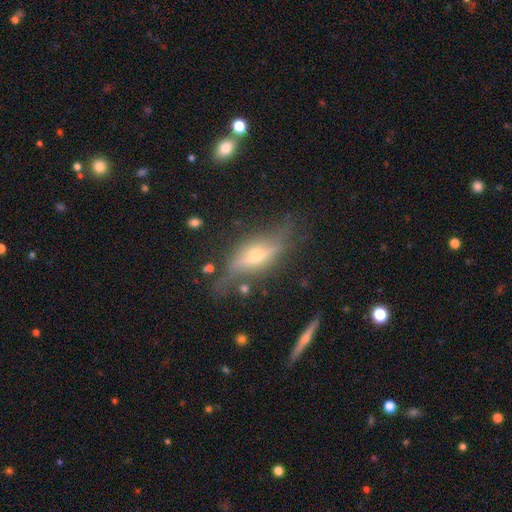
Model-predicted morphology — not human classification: Smooth or featured? Predicted: featured or disk (p=0.75). Edge-on disk? Predicted: yes (p=0.75). Edge-on bulge? Predicted: rounded (p=0.93). Merging? Predicted: none (p=0.66).